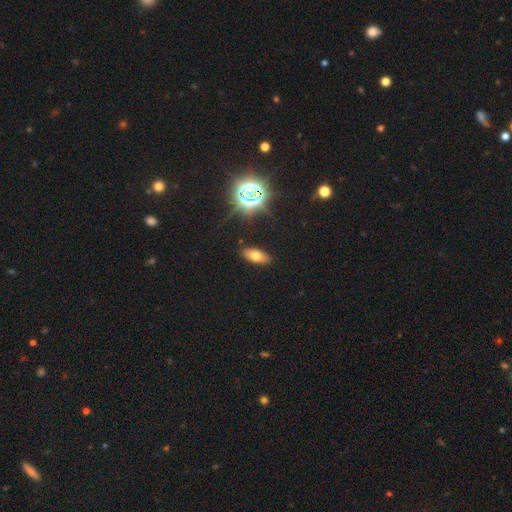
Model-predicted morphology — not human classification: The model was most divided on "smooth or featured": smooth: 64%, featured or disk: 18%, star or artifact: 18%. More confident: merging — none (88%); how rounded — in between (81%).